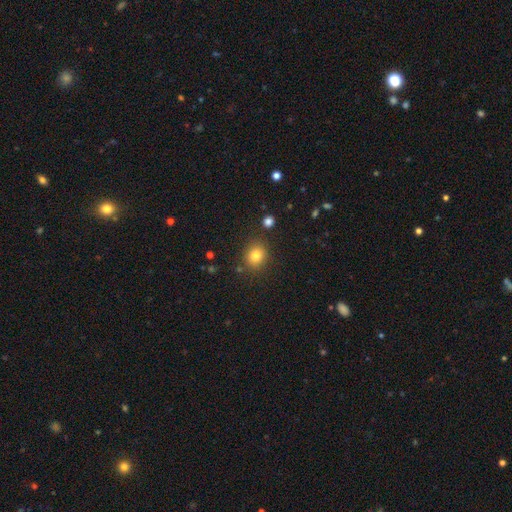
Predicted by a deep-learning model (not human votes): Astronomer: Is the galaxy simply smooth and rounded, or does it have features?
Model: smooth — 80%.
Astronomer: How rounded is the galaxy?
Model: round — 73%.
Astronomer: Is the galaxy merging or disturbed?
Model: none — 84%.